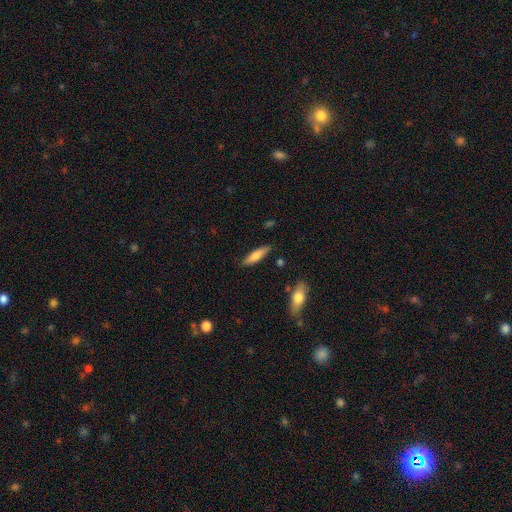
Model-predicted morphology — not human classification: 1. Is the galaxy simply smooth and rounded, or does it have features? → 71% smooth, 23% featured or disk, 6% star or artifact.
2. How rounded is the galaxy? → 74% cigar-shaped, 25% in between, 2% round.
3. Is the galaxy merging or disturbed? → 86% none, 9% minor disturbance, 2% merger, 2% major disturbance.